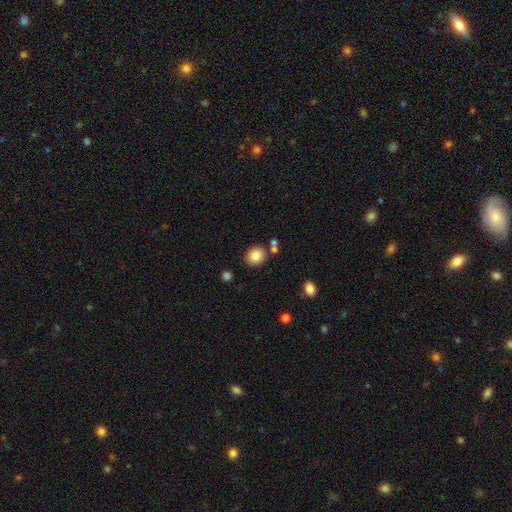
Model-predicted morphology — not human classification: Smooth or featured? Predicted: smooth (p=0.83). How rounded? Predicted: round (p=0.70). Merging? Predicted: none (p=0.81).